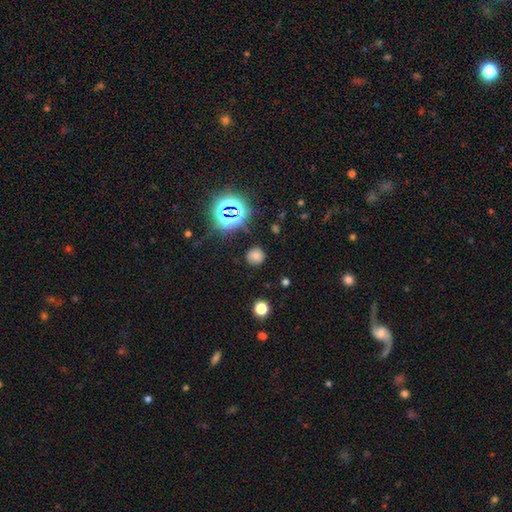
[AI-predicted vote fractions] The model was most divided on "smooth or featured": smooth: 67%, star or artifact: 24%, featured or disk: 9%. More confident: how rounded — round (89%); merging — none (84%).